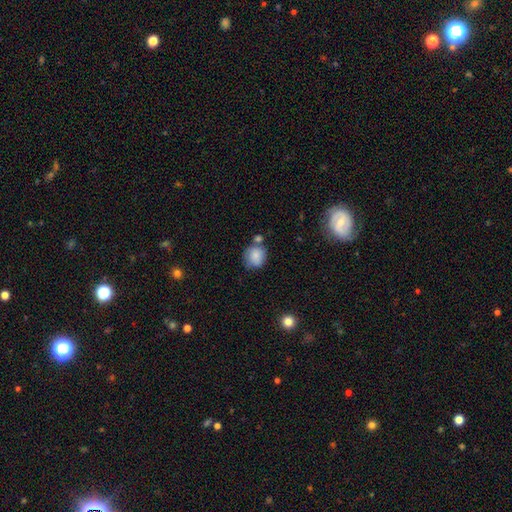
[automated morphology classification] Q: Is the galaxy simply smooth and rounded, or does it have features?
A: smooth — 82%.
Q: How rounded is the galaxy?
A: round — 81%.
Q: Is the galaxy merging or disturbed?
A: none — 57%.